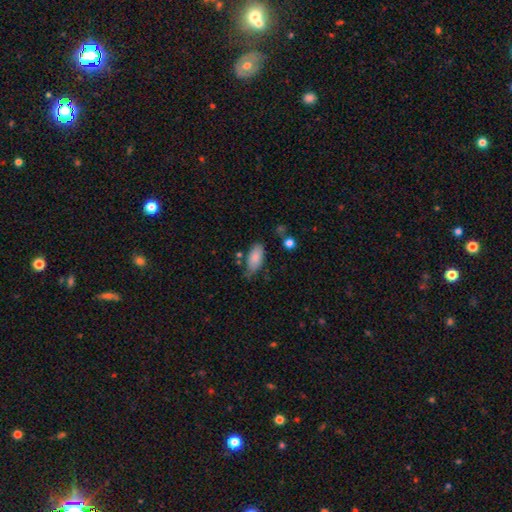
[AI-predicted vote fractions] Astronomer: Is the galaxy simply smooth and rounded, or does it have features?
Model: smooth — 82%.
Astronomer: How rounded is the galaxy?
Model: in between — 89%.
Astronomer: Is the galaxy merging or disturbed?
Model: none — 62%.